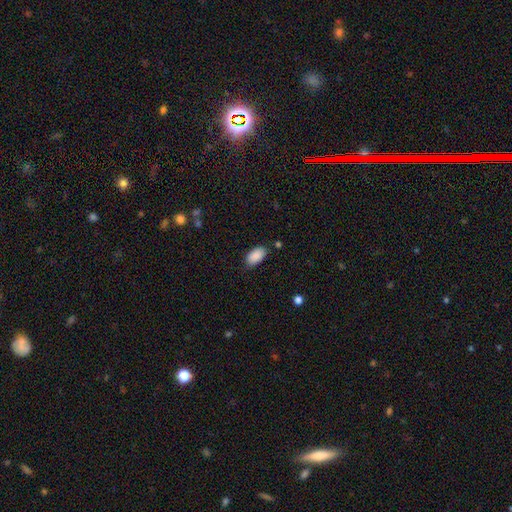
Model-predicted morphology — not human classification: Smooth or featured: smooth — 90% (star or artifact — 7%)
How rounded: in between — 94% (round — 4%)
Merging: none — 80% (minor disturbance — 14%)